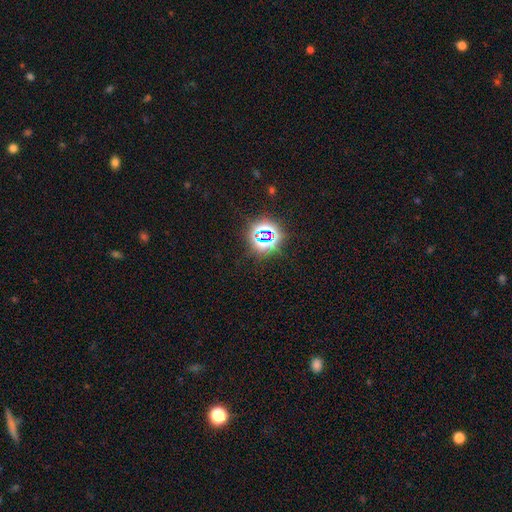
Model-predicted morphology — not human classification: A star or artifact, not a galaxy (78%).